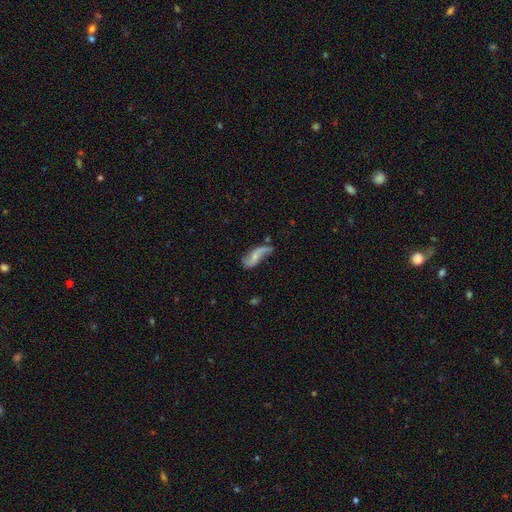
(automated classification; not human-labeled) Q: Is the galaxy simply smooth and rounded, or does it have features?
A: featured or disk — 66%.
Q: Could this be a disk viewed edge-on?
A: no — 92%.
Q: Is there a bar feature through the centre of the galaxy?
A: no — 57%.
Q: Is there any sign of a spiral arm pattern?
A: yes — 89%.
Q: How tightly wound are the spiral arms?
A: loose — 83%.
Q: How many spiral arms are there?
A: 2 — 89%.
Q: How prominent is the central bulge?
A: small — 58%.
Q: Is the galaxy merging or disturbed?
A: none — 52%.